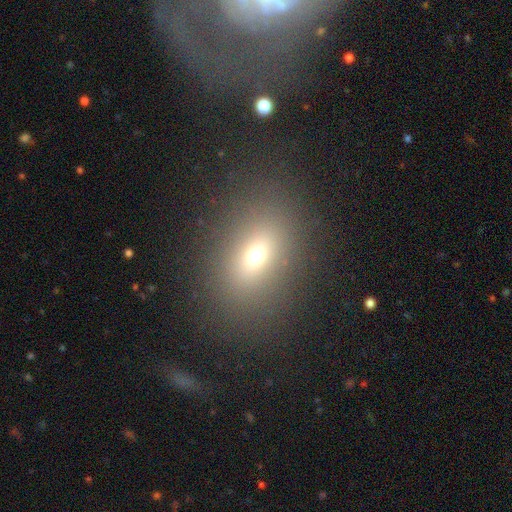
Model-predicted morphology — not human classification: This appears to be a smooth galaxy with no disk features (63%) that is in between round and cigar-shaped (67%). Merging: none (83%).